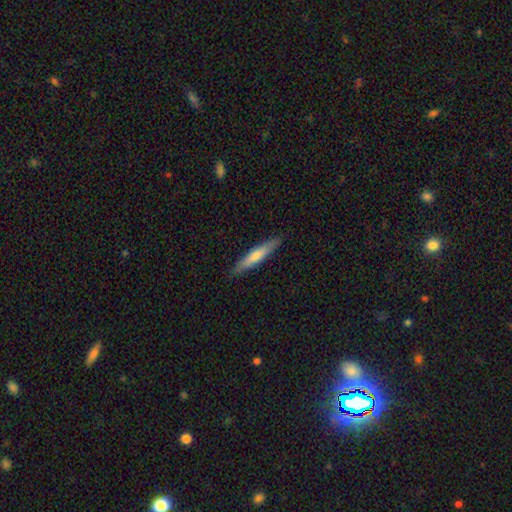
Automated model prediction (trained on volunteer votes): smooth 56%, featured or disk 38%, star or artifact 6%. Down the decision tree: how rounded — cigar-shaped (92%); merging — none (90%).